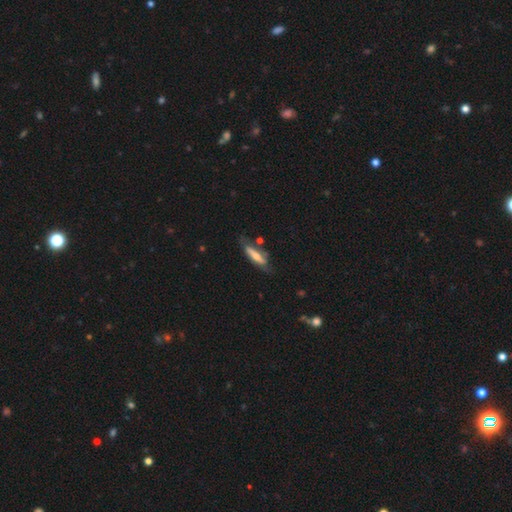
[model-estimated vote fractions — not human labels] Morphology: type=featured or disk (47%); merging=none (62%).